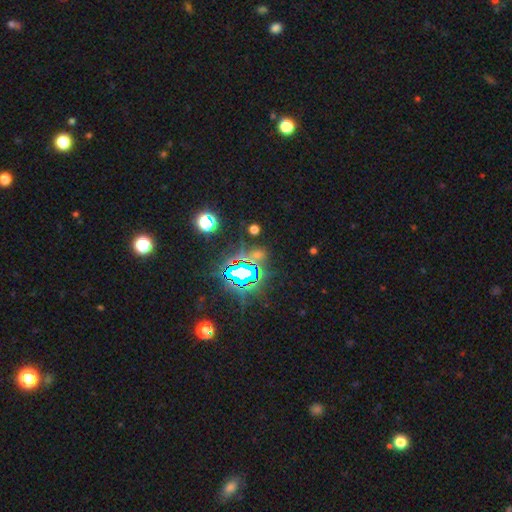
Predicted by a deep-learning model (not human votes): Overall: star or artifact (80%).